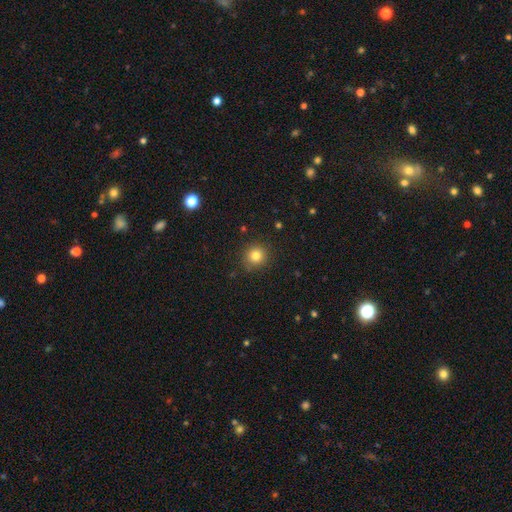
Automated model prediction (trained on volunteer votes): The model was most divided on "smooth or featured": smooth: 81%, star or artifact: 13%, featured or disk: 7%. More confident: how rounded — round (92%); merging — none (87%).